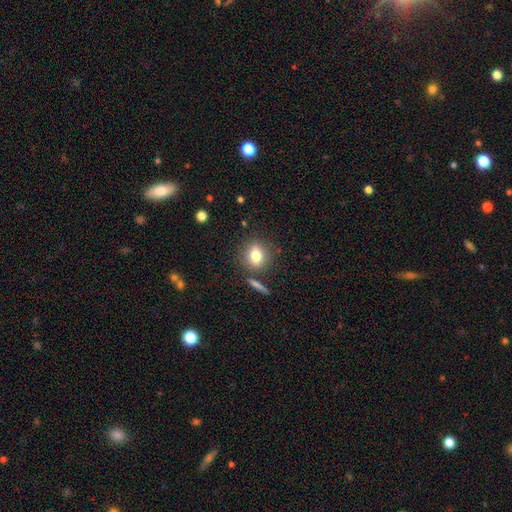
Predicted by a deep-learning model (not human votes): Smooth or featured? Predicted: smooth (p=0.77). How rounded? Predicted: round (p=0.64). Merging? Predicted: none (p=0.79).